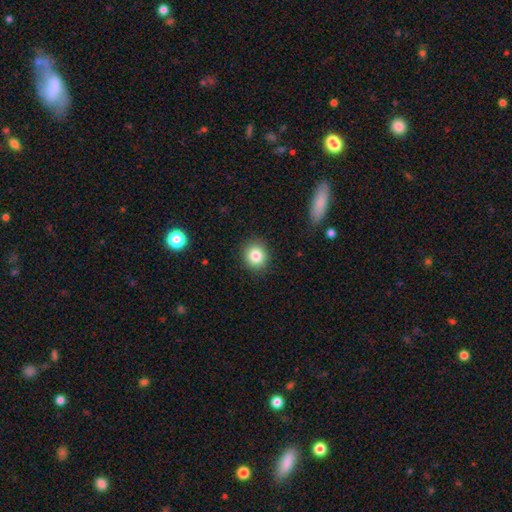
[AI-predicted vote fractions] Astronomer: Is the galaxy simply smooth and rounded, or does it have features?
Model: smooth — 83%.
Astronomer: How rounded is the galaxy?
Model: round — 84%.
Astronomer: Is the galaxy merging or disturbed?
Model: none — 89%.